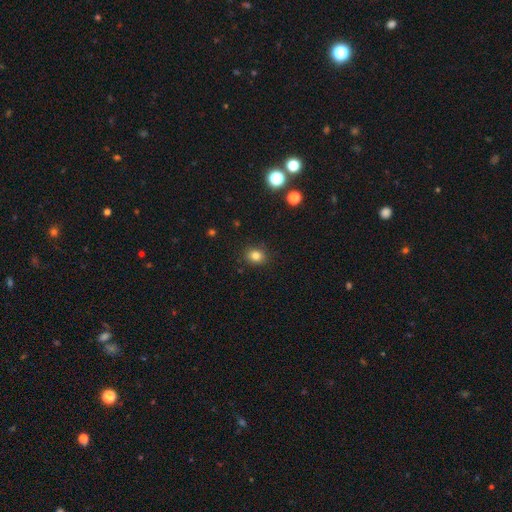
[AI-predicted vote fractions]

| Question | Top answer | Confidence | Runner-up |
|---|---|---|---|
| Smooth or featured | smooth | 82% | star or artifact (13%) |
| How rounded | round | 66% | in between (33%) |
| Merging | none | 89% | minor disturbance (8%) |